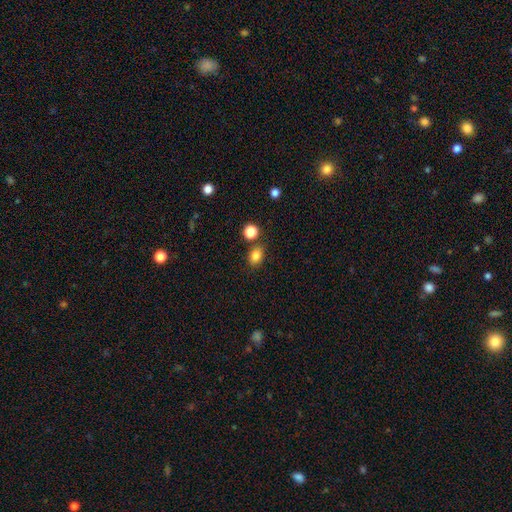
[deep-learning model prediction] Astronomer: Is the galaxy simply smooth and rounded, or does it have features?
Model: smooth — 84%.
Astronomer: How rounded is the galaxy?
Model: in between — 62% (runner-up: round, 37%).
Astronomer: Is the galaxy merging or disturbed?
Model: none — 77%.